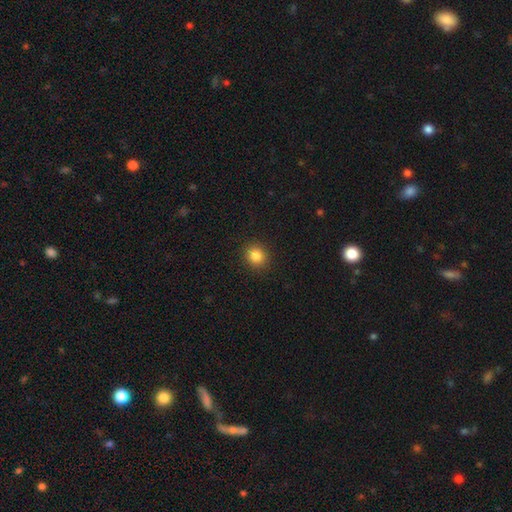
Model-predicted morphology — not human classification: smooth 85%, star or artifact 11%, featured or disk 4%. Down the decision tree: how rounded — round (80%); merging — none (90%).